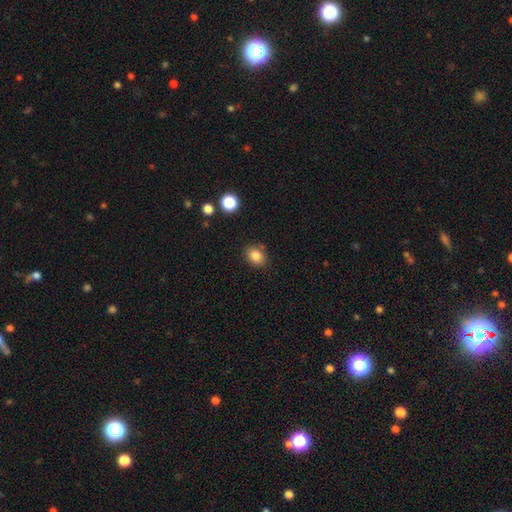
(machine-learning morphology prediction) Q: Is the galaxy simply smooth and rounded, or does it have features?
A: smooth — 84%.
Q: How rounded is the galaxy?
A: in between — 50%.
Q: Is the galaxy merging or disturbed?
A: none — 81%.